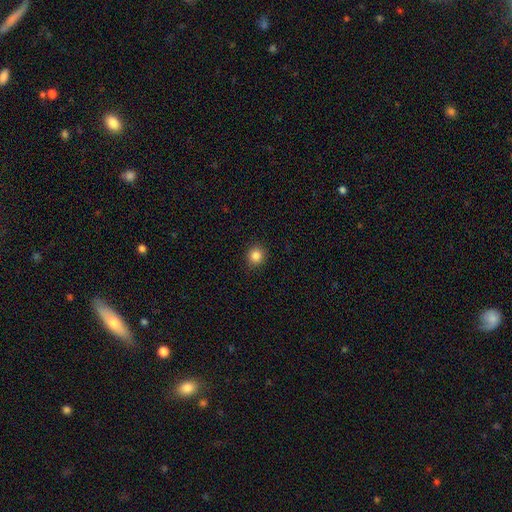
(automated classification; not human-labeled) A smooth galaxy with no disk features (85%) that is round (89%). Merging: none (91%).